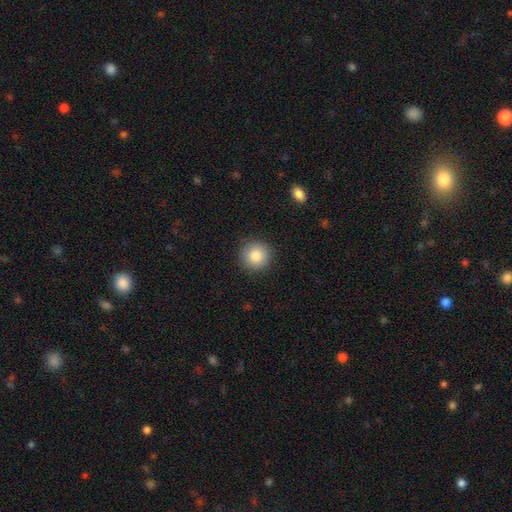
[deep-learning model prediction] A smooth galaxy with no disk features (83%) that is round (94%).

Vote fractions:
- Smooth or featured? smooth: 83% / star or artifact: 9% / featured or disk: 8%
- How rounded? round: 94% / in between: 5% / cigar-shaped: 1%
- Merging? none: 90% / minor disturbance: 7% / major disturbance: 2% / merger: 1%